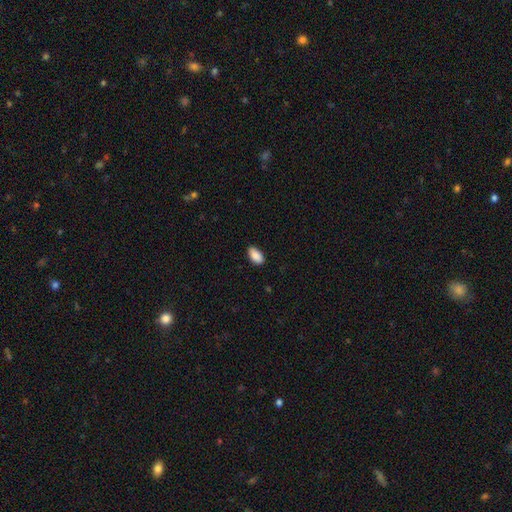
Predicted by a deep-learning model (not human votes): smooth_or_featured: smooth (p=0.90) [alt: star or artifact p=0.07]
how_rounded: in between (p=0.94) [alt: cigar-shaped p=0.03]
merging: none (p=0.84) [alt: minor disturbance p=0.13]